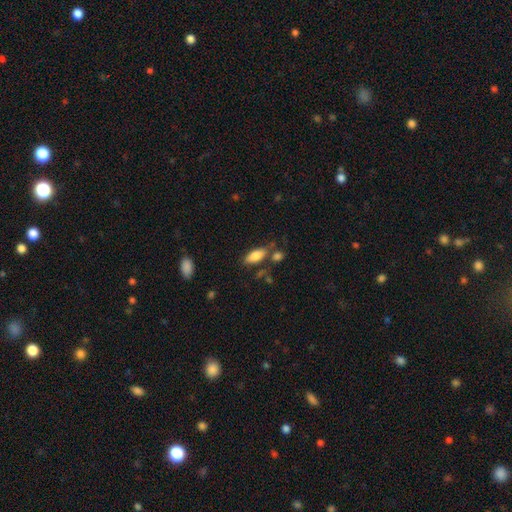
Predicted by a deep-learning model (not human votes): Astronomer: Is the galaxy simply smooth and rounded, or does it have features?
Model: smooth — 81%.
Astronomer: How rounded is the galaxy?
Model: in between — 82%.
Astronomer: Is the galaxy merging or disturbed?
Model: none — 66%.